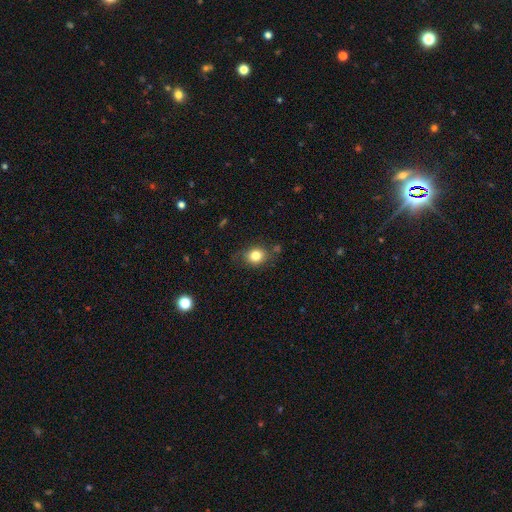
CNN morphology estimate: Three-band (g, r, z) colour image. It shows a smooth galaxy with no disk features (81%) that is round (65%). Merging: none (73%).